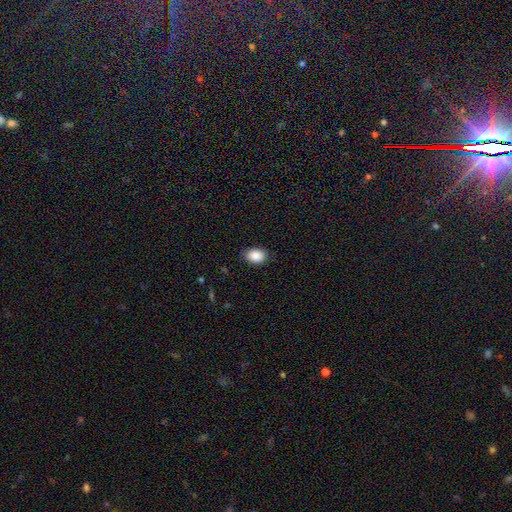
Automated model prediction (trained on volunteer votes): smooth-or-featured: smooth: 89% | star or artifact: 7% | featured or disk: 4%
  how-rounded: in between: 82% | round: 17% | cigar-shaped: 1%
  merging: none: 84% | minor disturbance: 12% | major disturbance: 2% | merger: 1%